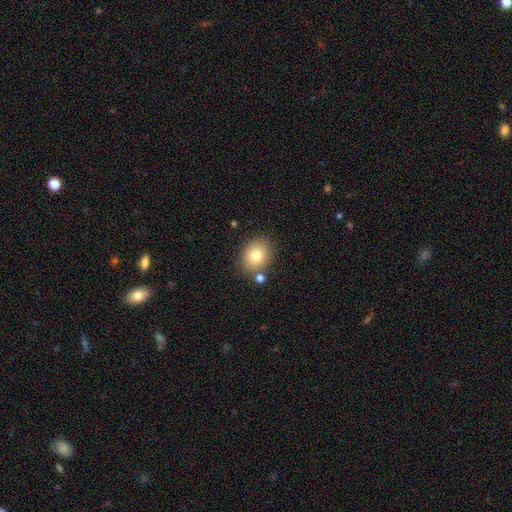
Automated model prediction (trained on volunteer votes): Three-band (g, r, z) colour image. It shows a smooth galaxy with no disk features (79%) that is round (53%). Merging: none (79%).